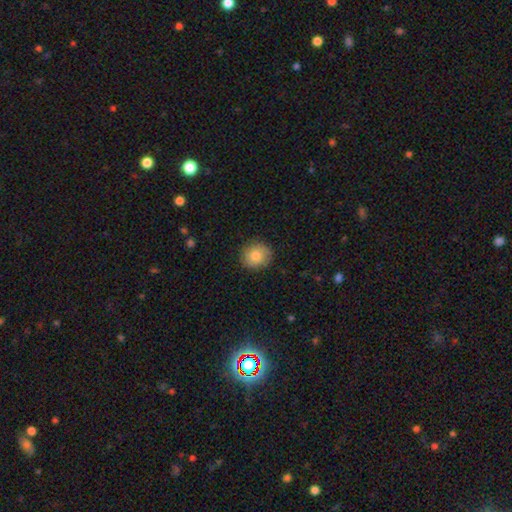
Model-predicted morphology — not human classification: smooth 84%, featured or disk 9%, star or artifact 8%. Down the decision tree: how rounded — round (82%); merging — none (88%).